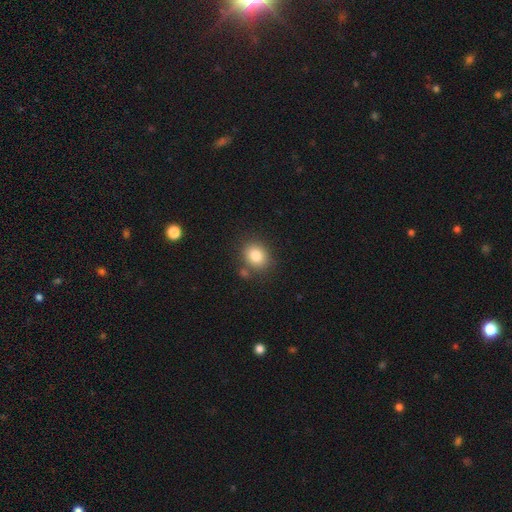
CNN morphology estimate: Smooth or featured?
  - smooth: 83% *
  - star or artifact: 10%
  - featured or disk: 7%
How rounded?
  - round: 61% *
  - in between: 38%
  - cigar-shaped: 1%
Merging?
  - none: 78% *
  - minor disturbance: 11%
  - merger: 8%
  - major disturbance: 3%